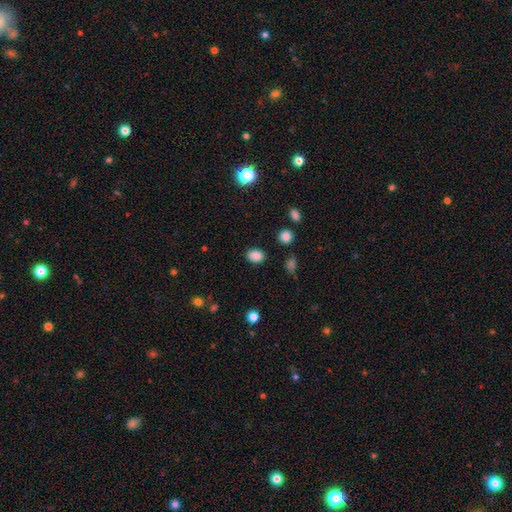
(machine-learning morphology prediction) Smooth or featured: smooth — 85% (star or artifact — 11%)
How rounded: in between — 67% (round — 32%)
Merging: none — 83% (minor disturbance — 11%)